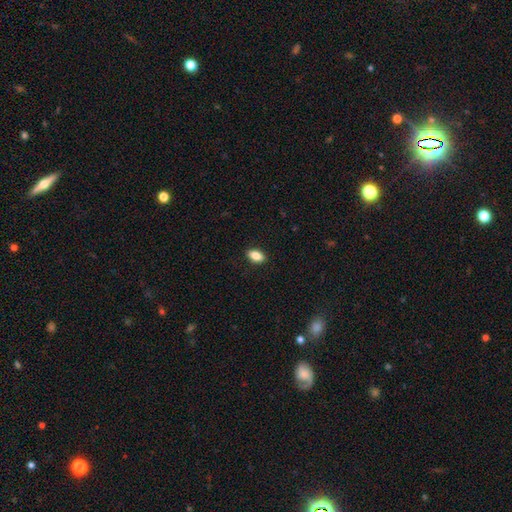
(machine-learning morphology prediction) Smooth or featured? smooth (86%)
How rounded? in between (89%)
Merging? none (89%)